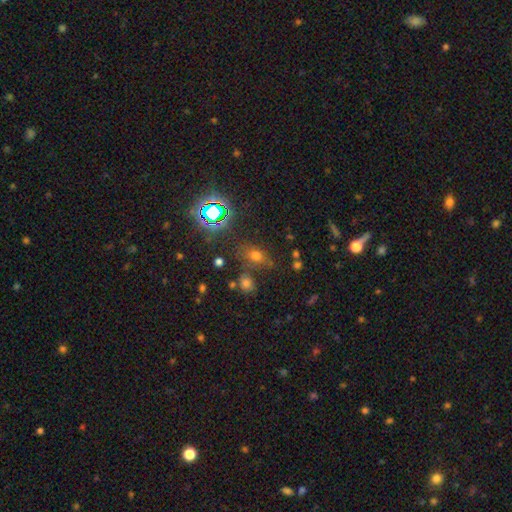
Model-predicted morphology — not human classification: This appears to be a smooth galaxy with no disk features (54%) that is in between round and cigar-shaped (63%). Merging: none (70%).